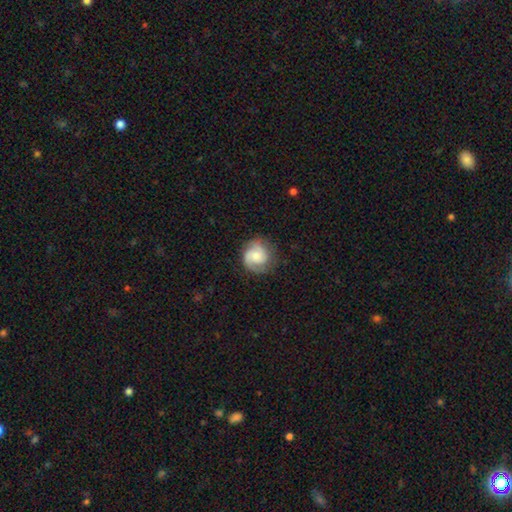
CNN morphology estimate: This is likely a featured or disk galaxy (63%). It is clearly not viewed edge-on (98%). Bar: likely no (66%). Spiral arm pattern: clearly yes (93%). Spiral arm count: likely 2 (64%). Spiral winding: marginally medium (42%). Central bulge: marginally small (42%). Merging: likely none (75%).